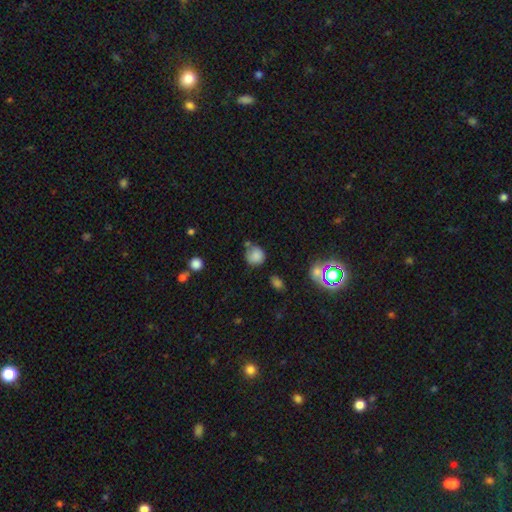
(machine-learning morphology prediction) A smooth galaxy with no disk features (79%) that is round (83%).

Vote fractions:
- Smooth or featured? smooth: 79% / star or artifact: 13% / featured or disk: 8%
- How rounded? round: 83% / in between: 16% / cigar-shaped: 1%
- Merging? none: 56% / minor disturbance: 24% / merger: 13% / major disturbance: 8%